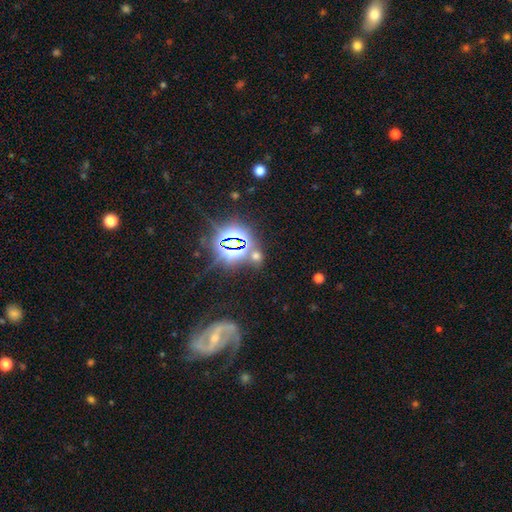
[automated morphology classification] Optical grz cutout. It shows a star or artifact, not a galaxy (60%).